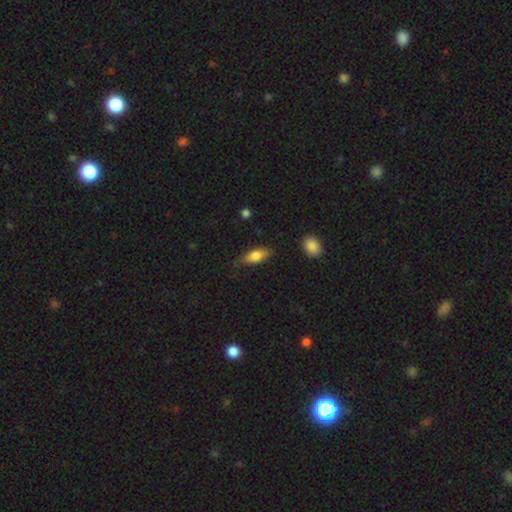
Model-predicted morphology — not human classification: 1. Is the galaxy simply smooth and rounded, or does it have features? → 78% smooth, 15% featured or disk, 7% star or artifact.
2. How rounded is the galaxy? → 76% in between, 21% cigar-shaped, 3% round.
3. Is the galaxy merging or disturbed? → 73% none, 21% minor disturbance, 4% major disturbance, 2% merger.